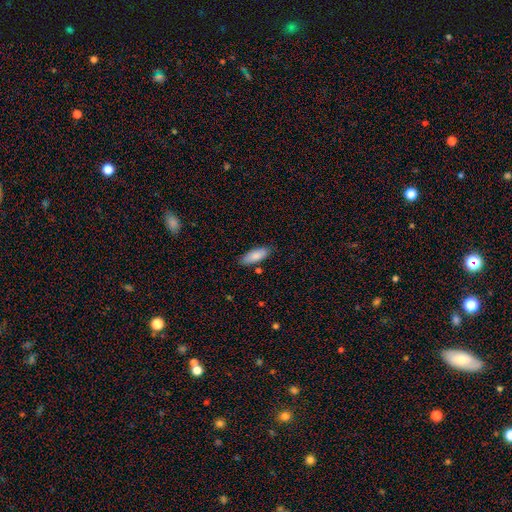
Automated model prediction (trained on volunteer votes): This appears to be a smooth galaxy with no disk features (84%) that is in between round and cigar-shaped (72%). Merging: none (82%).